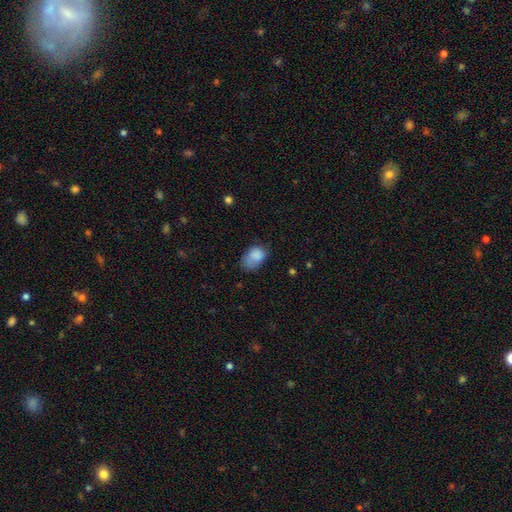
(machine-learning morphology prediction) This appears to be a smooth galaxy with no disk features (80%) that is in between round and cigar-shaped (84%). Merging: none (46%).